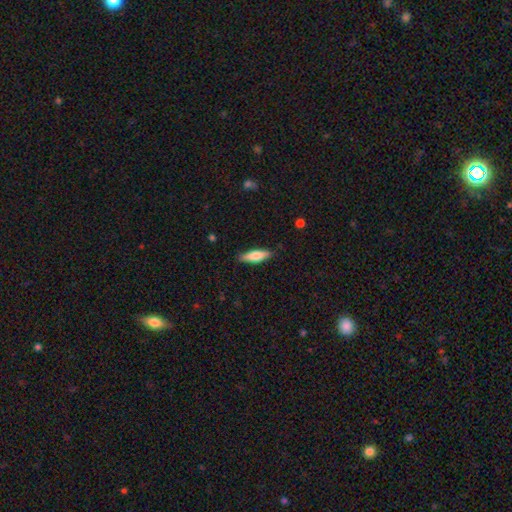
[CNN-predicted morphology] Smooth or featured: smooth — 69% (featured or disk — 25%)
How rounded: cigar-shaped — 59% (in between — 39%)
Merging: none — 86% (minor disturbance — 10%)